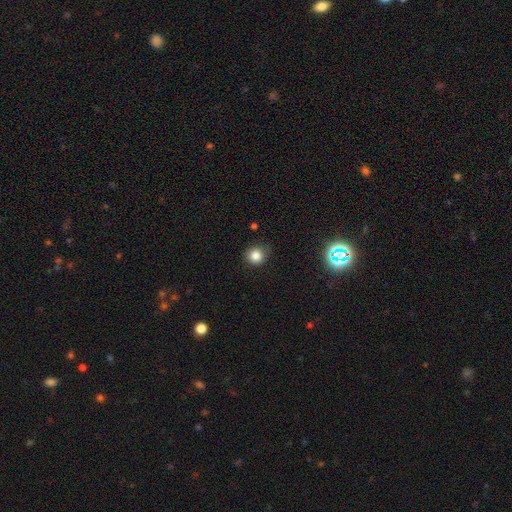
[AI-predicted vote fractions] smooth-or-featured: smooth: 82% | star or artifact: 12% | featured or disk: 5%
  how-rounded: round: 85% | in between: 14% | cigar-shaped: 1%
  merging: none: 80% | minor disturbance: 16% | major disturbance: 3% | merger: 1%